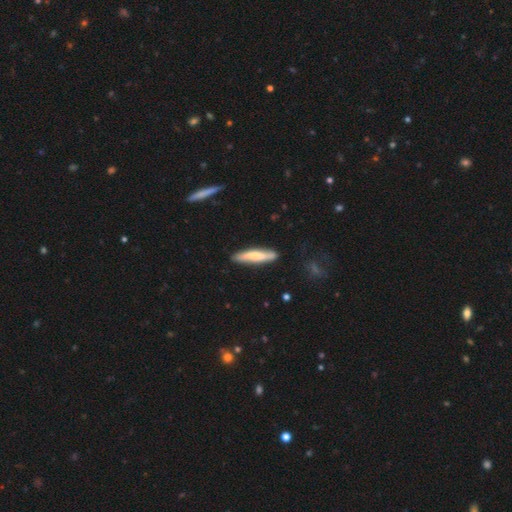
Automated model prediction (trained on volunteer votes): Smooth or featured?
  - smooth: 64% *
  - featured or disk: 30%
  - star or artifact: 5%
How rounded?
  - cigar-shaped: 86% *
  - in between: 12%
  - round: 1%
Merging?
  - none: 83% *
  - minor disturbance: 13%
  - major disturbance: 2%
  - merger: 2%